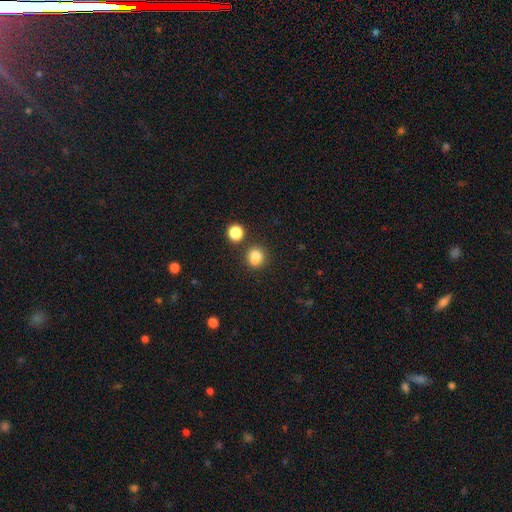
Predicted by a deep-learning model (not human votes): Smooth or featured? Predicted: smooth (p=0.81). How rounded? Predicted: round (p=0.76). Merging? Predicted: none (p=0.61).